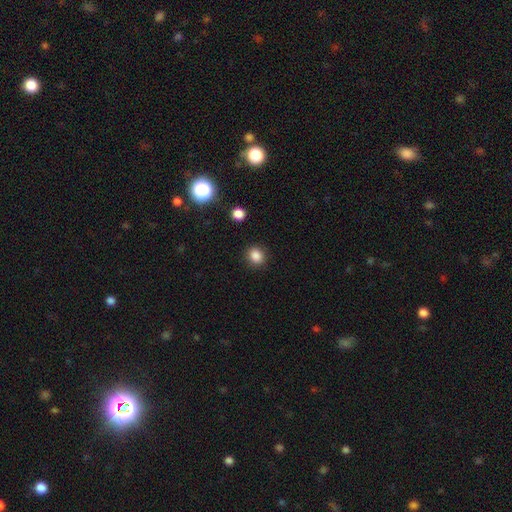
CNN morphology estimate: Q: Smooth or featured?
A: smooth (85%); runner-up: star or artifact (11%)
Q: How rounded?
A: round (75%); runner-up: in between (24%)
Q: Merging?
A: none (90%); runner-up: minor disturbance (7%)